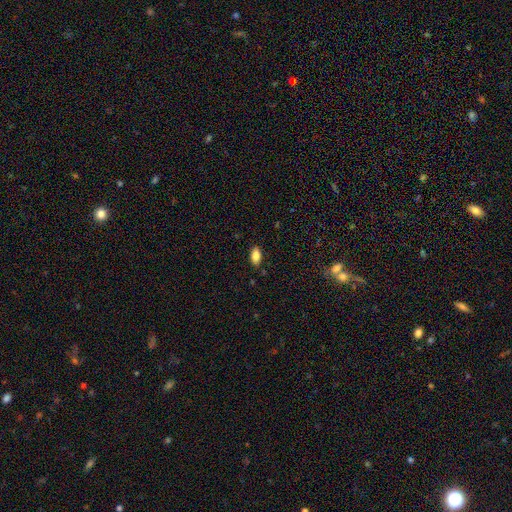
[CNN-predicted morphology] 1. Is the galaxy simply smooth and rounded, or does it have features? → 84% smooth, 9% star or artifact, 7% featured or disk.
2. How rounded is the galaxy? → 91% in between, 4% round, 4% cigar-shaped.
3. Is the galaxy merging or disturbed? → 86% none, 11% minor disturbance, 2% major disturbance, 1% merger.